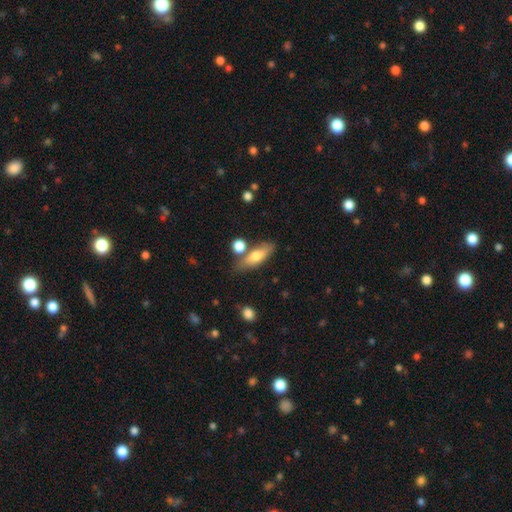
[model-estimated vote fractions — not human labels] Smooth or featured? Predicted: smooth (p=0.66). How rounded? Predicted: in between (p=0.52). Merging? Predicted: none (p=0.69).